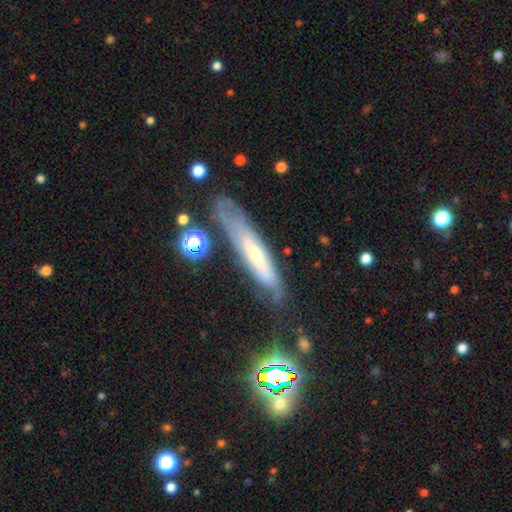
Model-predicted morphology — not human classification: smooth-or-featured: featured or disk: 62% | smooth: 30% | star or artifact: 8%
  disk-edge-on: yes: 52% | no: 48%
  merging: none: 62% | minor disturbance: 23% | major disturbance: 11% | merger: 4%